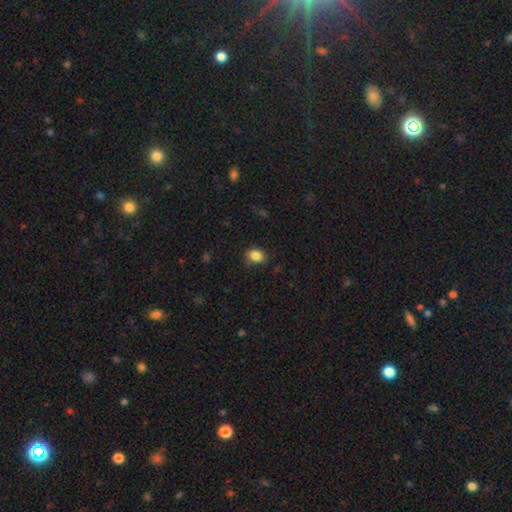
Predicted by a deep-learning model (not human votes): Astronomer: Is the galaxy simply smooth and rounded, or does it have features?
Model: smooth — 85%.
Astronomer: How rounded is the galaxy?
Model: in between — 62%.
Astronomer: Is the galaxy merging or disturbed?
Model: none — 74%.